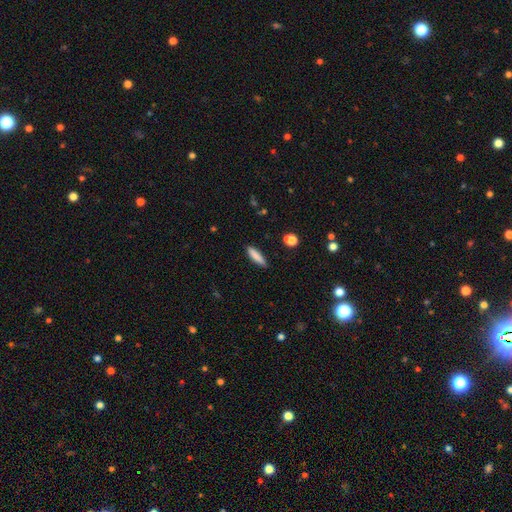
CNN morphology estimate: smooth-or-featured: smooth: 83% | featured or disk: 10% | star or artifact: 7%
  how-rounded: cigar-shaped: 77% | in between: 22% | round: 2%
  merging: none: 87% | minor disturbance: 9% | major disturbance: 2% | merger: 2%